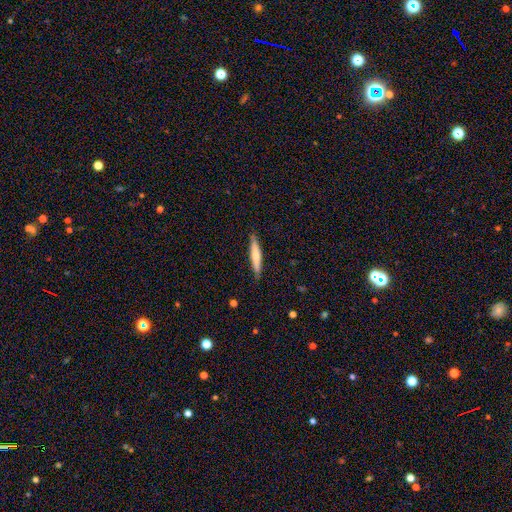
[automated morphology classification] Overall: smooth (59%; featured or disk 35%). How rounded: cigar-shaped (90%). Merging: none (87%).